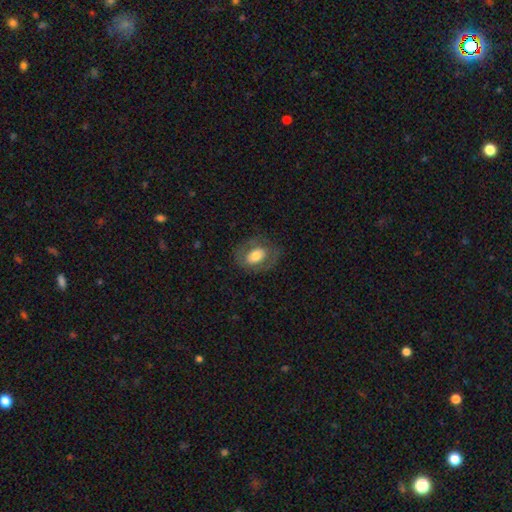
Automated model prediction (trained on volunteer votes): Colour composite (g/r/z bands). It shows a smooth galaxy with no disk features (58%) that is in between round and cigar-shaped (74%). Merging: none (73%).